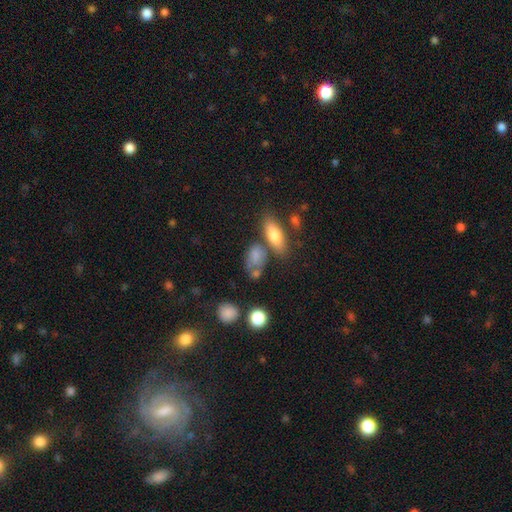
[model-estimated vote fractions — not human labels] Smooth or featured: smooth — 73% (featured or disk — 17%)
How rounded: in between — 77% (round — 19%)
Merging: none — 45% (minor disturbance — 22%)